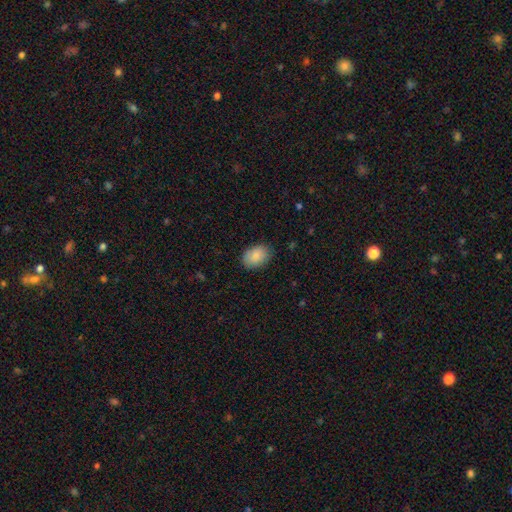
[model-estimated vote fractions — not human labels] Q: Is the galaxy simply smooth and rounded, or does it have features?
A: smooth — 88%.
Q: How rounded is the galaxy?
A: in between — 83%.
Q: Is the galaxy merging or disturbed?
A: none — 85%.